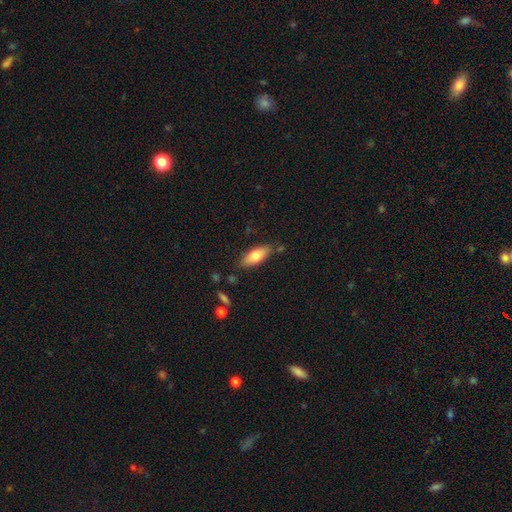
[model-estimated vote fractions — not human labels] Overall: smooth (74%). How rounded: in between (76%). Merging: none (79%).